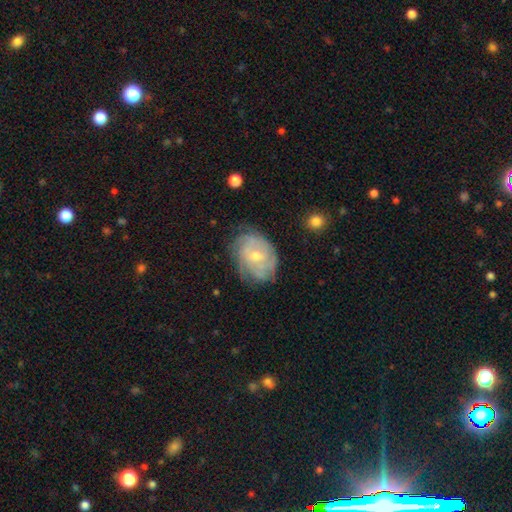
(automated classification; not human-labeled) Morphology: type=featured or disk (74%); edge-on=no (97%); bar=no (67%); spiral arms=yes (87%); winding=tight (66%); arm count=can't tell (54%); bulge=moderate (54%); merging=none (69%).